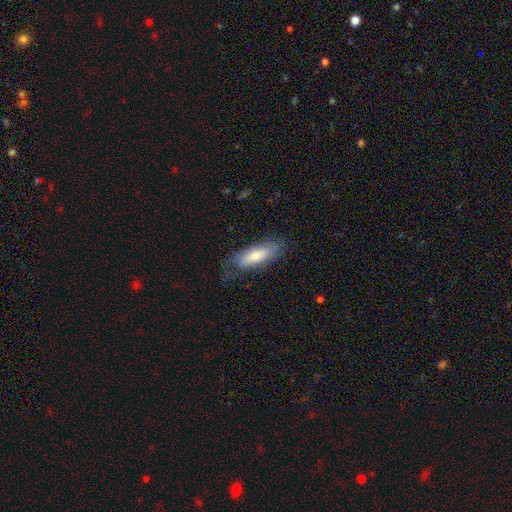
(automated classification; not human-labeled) This is likely a smooth galaxy (66%). How rounded: likely in between (60%). Merging: possibly none (60%).